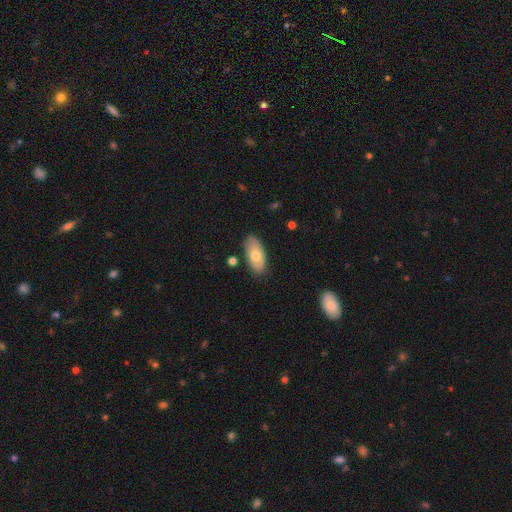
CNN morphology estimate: This appears to be a smooth galaxy with no disk features (66%) that is in between round and cigar-shaped (91%). Merging: none (83%).